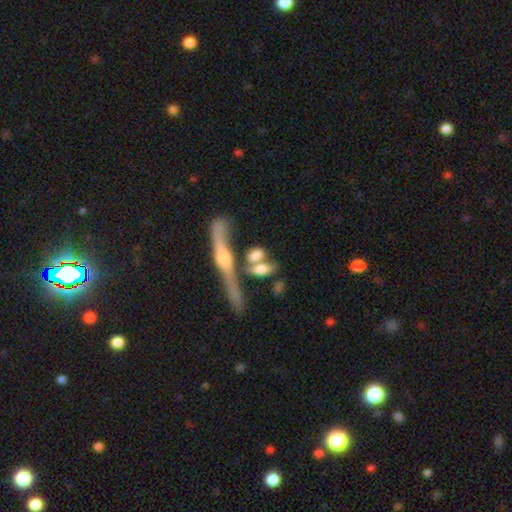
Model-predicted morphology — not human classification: The model was most divided on "merging": merger: 42%, none: 35%, minor disturbance: 13%, major disturbance: 9%. More confident: how rounded — in between (67%); smooth or featured — smooth (59%).